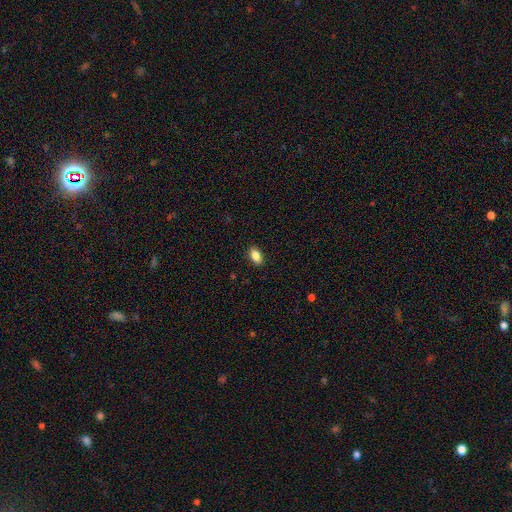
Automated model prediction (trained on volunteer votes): This appears to be a smooth galaxy with no disk features (86%) that is in between round and cigar-shaped (89%). Merging: none (90%).